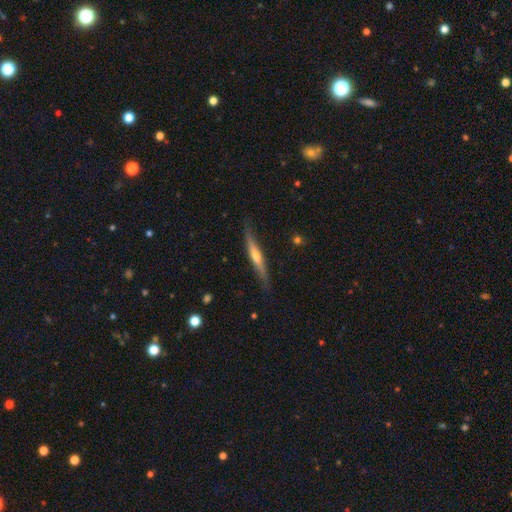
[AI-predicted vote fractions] Smooth or featured: featured or disk — 59% (smooth — 36%)
Edge-on disk: yes — 94% (no — 6%)
Edge-on bulge: rounded — 70% (none — 23%)
Merging: none — 81% (minor disturbance — 15%)